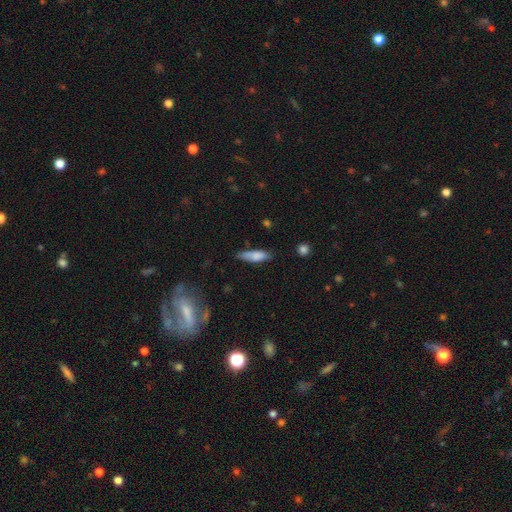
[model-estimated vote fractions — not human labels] This appears to be a smooth galaxy with no disk features (78%) that is cigar-shaped (54%). Merging: none (66%).